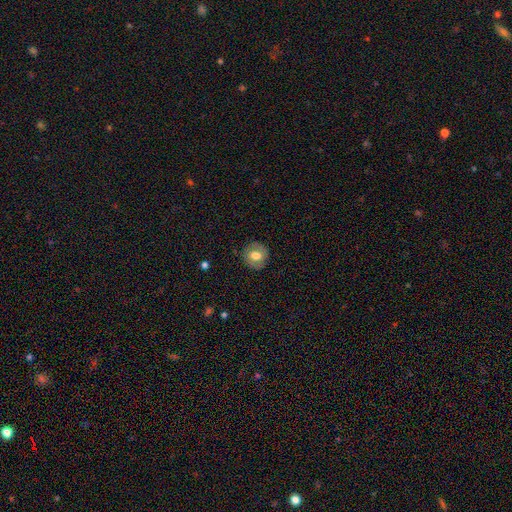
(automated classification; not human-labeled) A smooth galaxy with no disk features (58%) that is round (79%). Merging: none (84%).